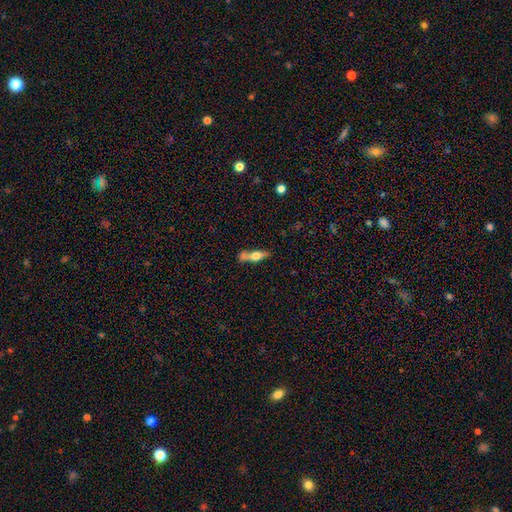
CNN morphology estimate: smooth_or_featured: featured or disk (p=0.50) [alt: smooth p=0.44]
merging: none (p=0.55) [alt: merger p=0.23]